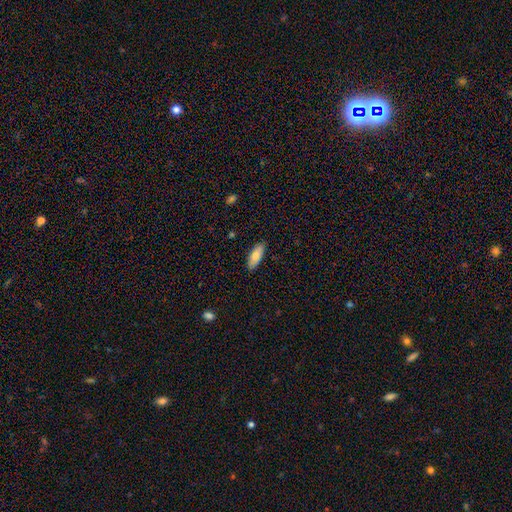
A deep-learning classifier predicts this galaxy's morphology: Overall: smooth (81%). How rounded: in between (72%). Merging: none (88%).